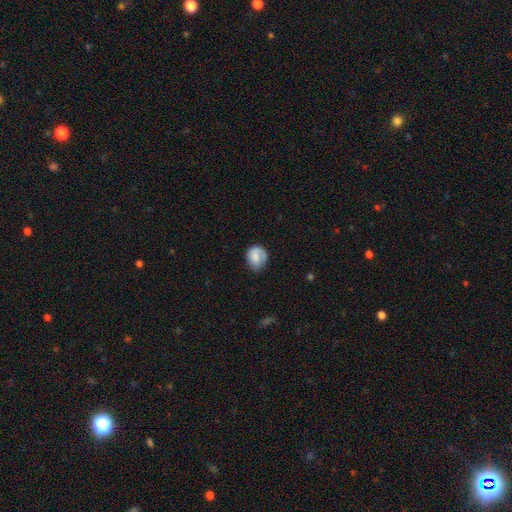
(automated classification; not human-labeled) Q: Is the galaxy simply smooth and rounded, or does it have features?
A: smooth — 64%.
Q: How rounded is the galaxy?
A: round — 61%.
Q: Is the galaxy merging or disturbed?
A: none — 55%.